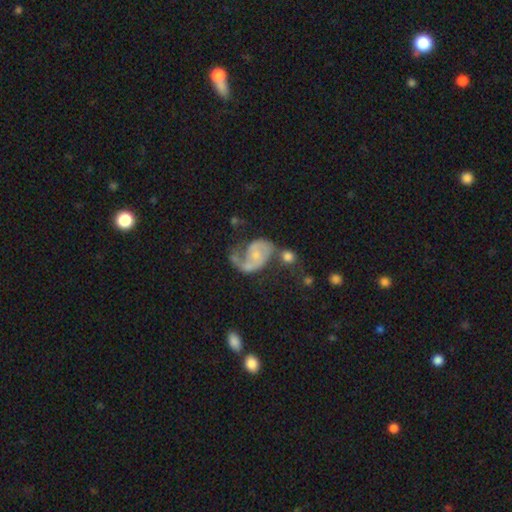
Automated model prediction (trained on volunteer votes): featured or disk 77%, smooth 16%, star or artifact 7%. Down the decision tree: edge-on disk — no (98%); bar — no (64%); spiral arms — yes (89%); spiral arm count — 2 (67%); spiral winding — loose (44%); bulge size — small (58%); merging — major disturbance (30%, tied with none).